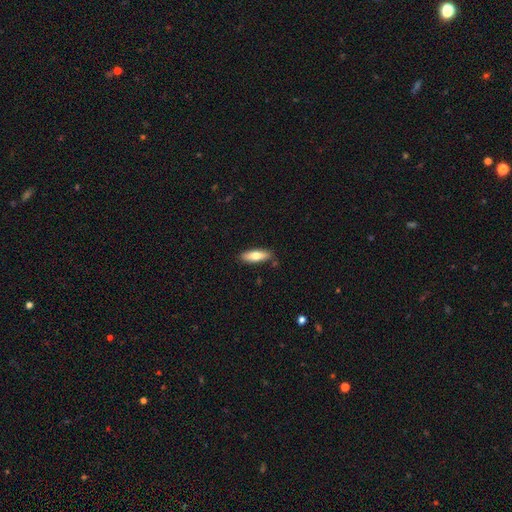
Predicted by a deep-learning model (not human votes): Q: Smooth or featured?
A: smooth (72%); runner-up: featured or disk (22%)
Q: How rounded?
A: in between (59%); runner-up: cigar-shaped (39%)
Q: Merging?
A: none (85%); runner-up: minor disturbance (11%)